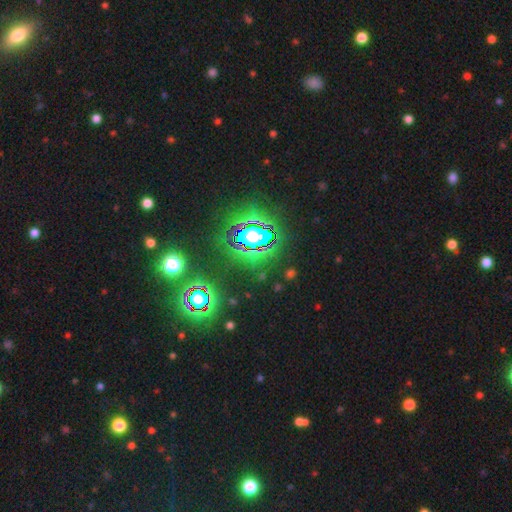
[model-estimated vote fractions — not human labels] Smooth or featured? Predicted: star or artifact (p=0.84).